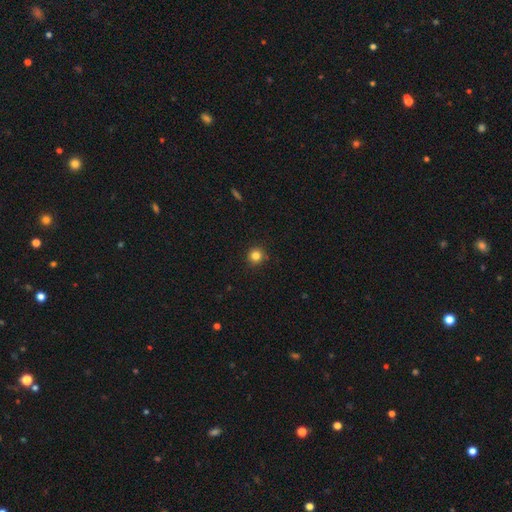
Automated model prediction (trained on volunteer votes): A smooth galaxy with no disk features (83%) that is round (94%).

Vote fractions:
- Smooth or featured? smooth: 83% / star or artifact: 12% / featured or disk: 4%
- How rounded? round: 94% / in between: 5% / cigar-shaped: 1%
- Merging? none: 90% / minor disturbance: 7% / major disturbance: 2% / merger: 1%